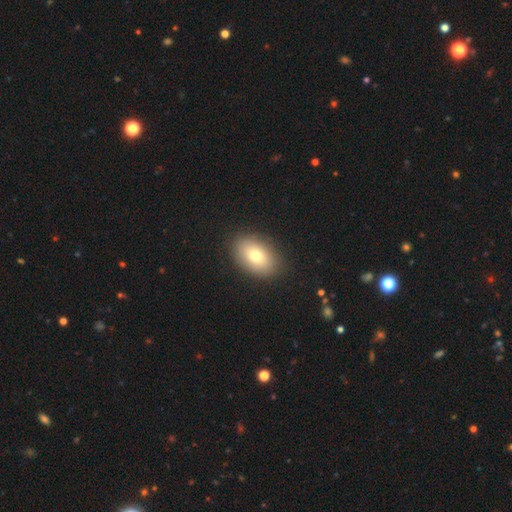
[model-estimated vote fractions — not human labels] smooth_or_featured: smooth (p=0.75) [alt: featured or disk p=0.16]
how_rounded: in between (p=0.85) [alt: round p=0.14]
merging: none (p=0.88) [alt: minor disturbance p=0.08]